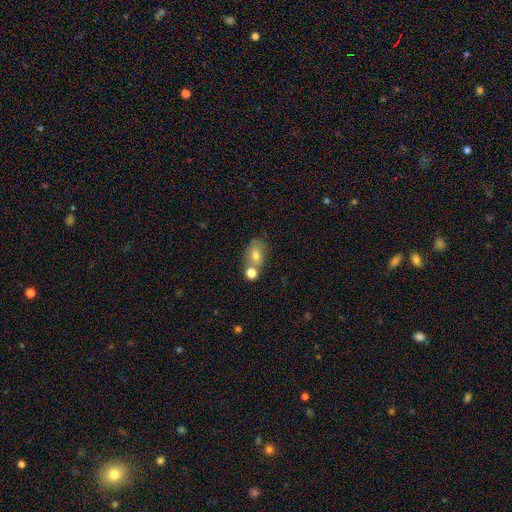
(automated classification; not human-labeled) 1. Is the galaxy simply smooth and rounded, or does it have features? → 69% smooth, 20% featured or disk, 11% star or artifact.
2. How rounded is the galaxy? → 75% in between, 23% round, 2% cigar-shaped.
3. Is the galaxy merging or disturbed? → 46% none, 34% merger, 14% minor disturbance, 6% major disturbance.